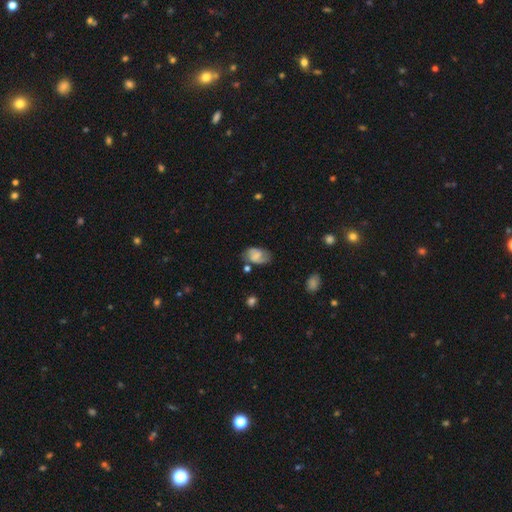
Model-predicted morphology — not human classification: smooth 54%, featured or disk 36%, star or artifact 10%. Down the decision tree: how rounded — in between (87%); merging — none (61%).